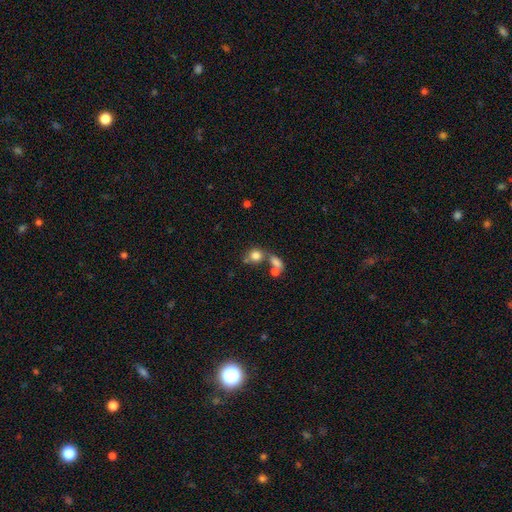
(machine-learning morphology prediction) Smooth or featured?
  - smooth: 78% *
  - star or artifact: 11%
  - featured or disk: 10%
How rounded?
  - round: 73% *
  - in between: 25%
  - cigar-shaped: 2%
Merging?
  - none: 43% *
  - merger: 39%
  - minor disturbance: 11%
  - major disturbance: 7%